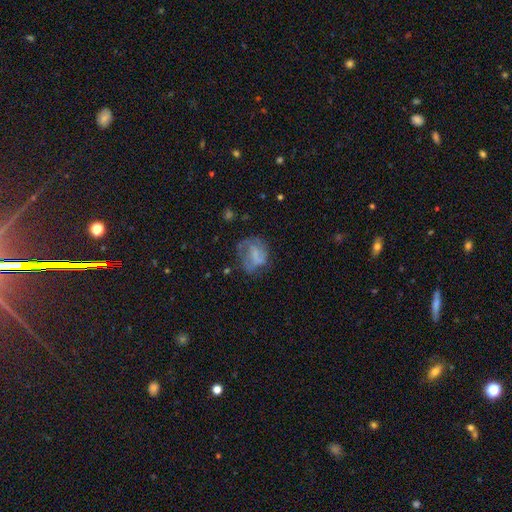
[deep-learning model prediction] The model was most divided on "smooth or featured": featured or disk: 45%, smooth: 44%, star or artifact: 11%. Remaining: merging — none (42%).